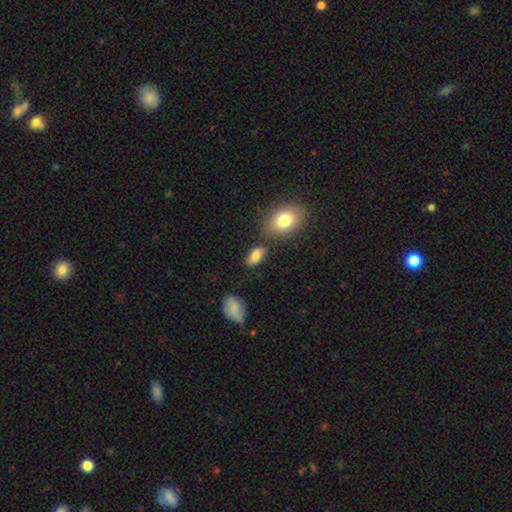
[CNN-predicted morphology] Smooth or featured?
  - smooth: 81% *
  - featured or disk: 9%
  - star or artifact: 9%
How rounded?
  - in between: 92% *
  - round: 5%
  - cigar-shaped: 3%
Merging?
  - none: 68% *
  - minor disturbance: 19%
  - merger: 8%
  - major disturbance: 5%